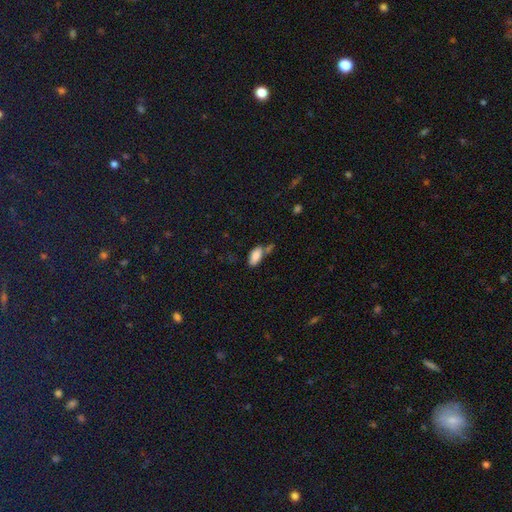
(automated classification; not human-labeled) Q: Smooth or featured?
A: smooth (85%); runner-up: star or artifact (8%)
Q: How rounded?
A: in between (90%); runner-up: cigar-shaped (8%)
Q: Merging?
A: none (47%); runner-up: merger (26%)